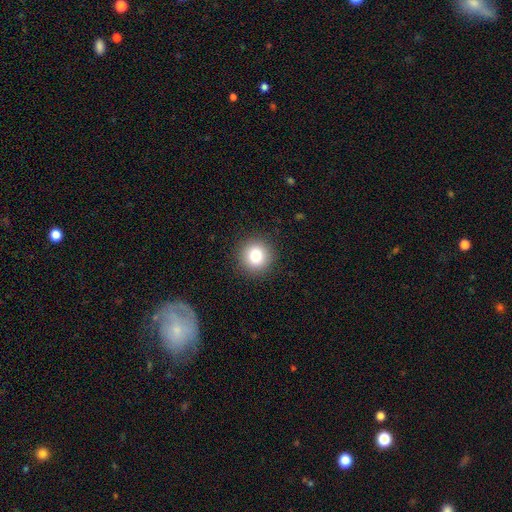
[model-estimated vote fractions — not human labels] A smooth galaxy with no disk features (80%) that is round (94%).

Vote fractions:
- Smooth or featured? smooth: 80% / star or artifact: 11% / featured or disk: 8%
- How rounded? round: 94% / in between: 5% / cigar-shaped: 1%
- Merging? none: 92% / minor disturbance: 5% / major disturbance: 2% / merger: 1%